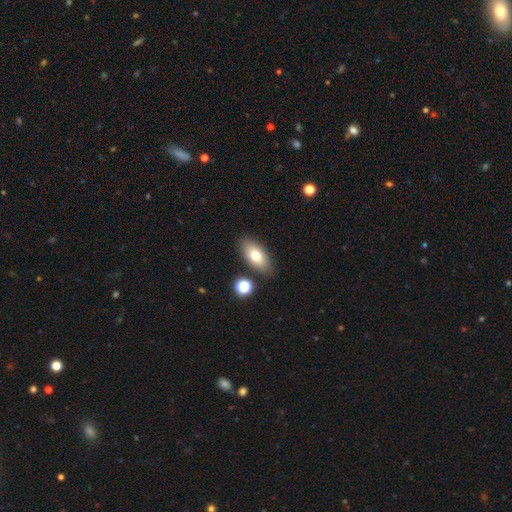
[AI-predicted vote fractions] Smooth or featured?
  - smooth: 76% *
  - featured or disk: 16%
  - star or artifact: 8%
How rounded?
  - in between: 88% *
  - cigar-shaped: 7%
  - round: 5%
Merging?
  - none: 83% *
  - minor disturbance: 10%
  - merger: 4%
  - major disturbance: 3%